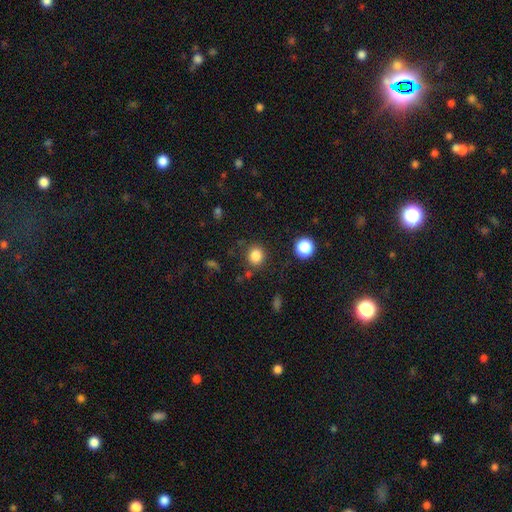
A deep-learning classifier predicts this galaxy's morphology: A smooth galaxy with no disk features (84%) that is round (81%). Merging: none (83%).